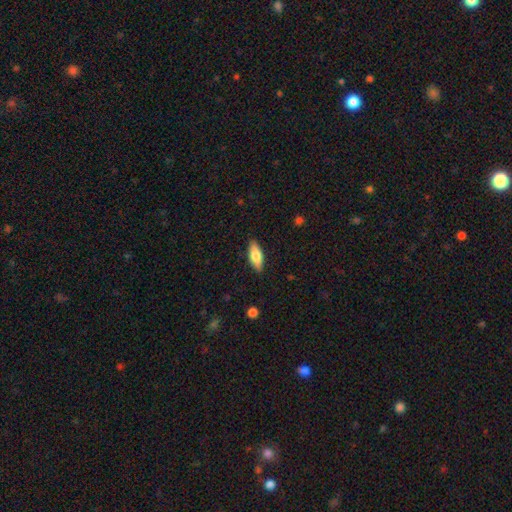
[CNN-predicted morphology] The model was most divided on "how rounded": in between: 70%, cigar-shaped: 28%, round: 2%. More confident: merging — none (88%); smooth or featured — smooth (72%).